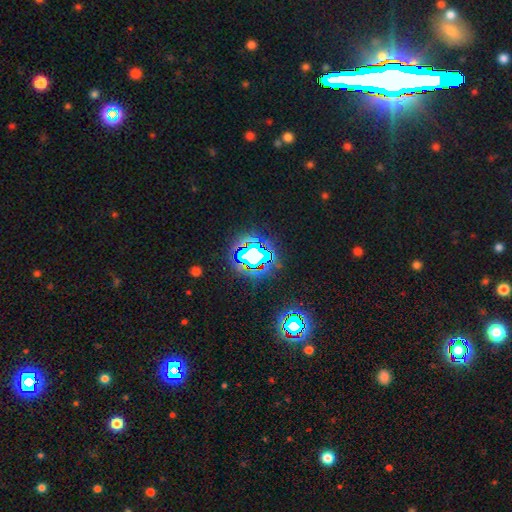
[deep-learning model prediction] Morphology: type=star or artifact (77%).